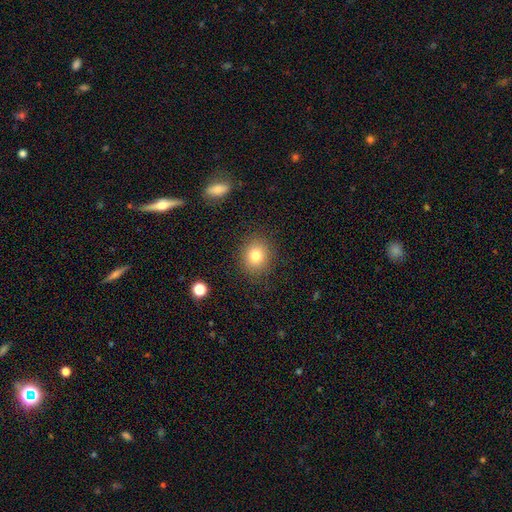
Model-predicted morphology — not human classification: This is likely a smooth galaxy (80%). How rounded: likely round (73%). Merging: clearly none (87%).